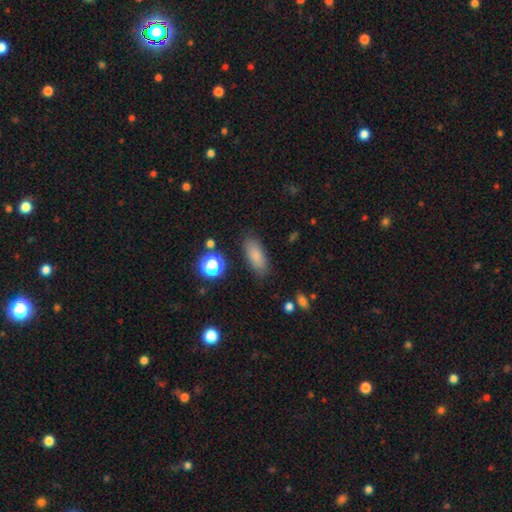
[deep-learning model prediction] The model was most divided on "how rounded": in between: 75%, cigar-shaped: 21%, round: 4%. More confident: merging — none (84%); smooth or featured — smooth (83%).